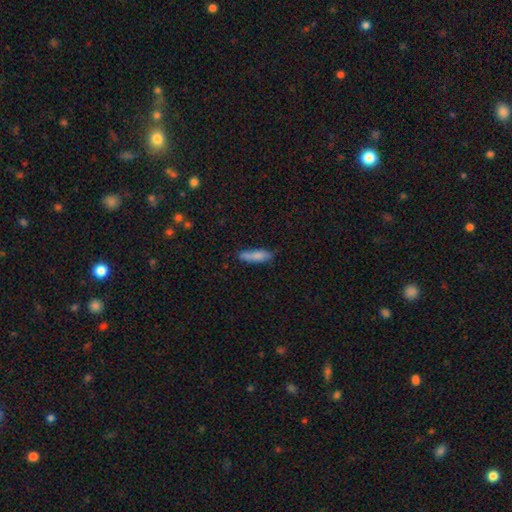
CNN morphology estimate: Smooth or featured?
  - smooth: 81% *
  - featured or disk: 13%
  - star or artifact: 7%
How rounded?
  - cigar-shaped: 69% *
  - in between: 29%
  - round: 2%
Merging?
  - none: 69% *
  - minor disturbance: 22%
  - merger: 5%
  - major disturbance: 4%